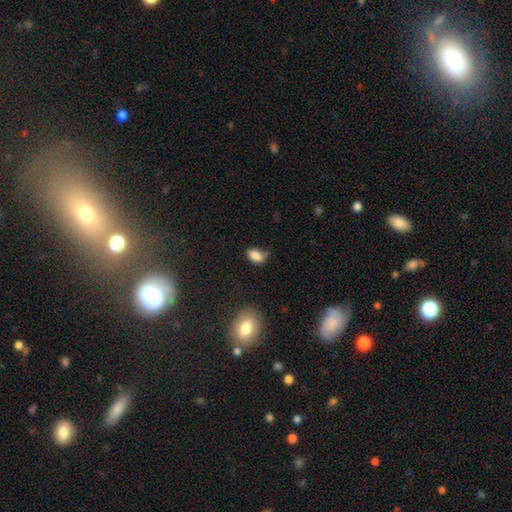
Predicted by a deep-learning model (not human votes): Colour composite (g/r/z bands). It shows a smooth galaxy with no disk features (84%) that is in between round and cigar-shaped (88%). Merging: none (51%).